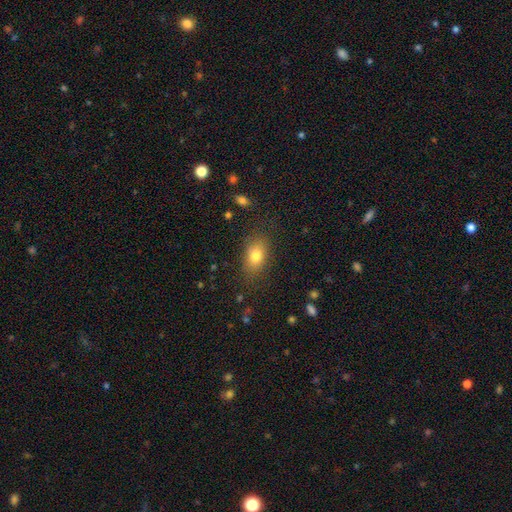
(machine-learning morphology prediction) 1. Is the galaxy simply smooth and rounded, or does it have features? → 80% smooth, 11% featured or disk, 10% star or artifact.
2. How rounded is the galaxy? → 83% in between, 13% round, 3% cigar-shaped.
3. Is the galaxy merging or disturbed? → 80% none, 14% minor disturbance, 5% major disturbance, 2% merger.